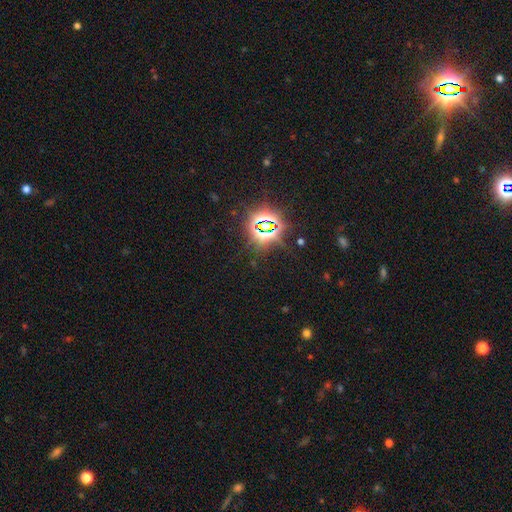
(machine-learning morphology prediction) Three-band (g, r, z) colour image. It shows a star or artifact, not a galaxy (82%).